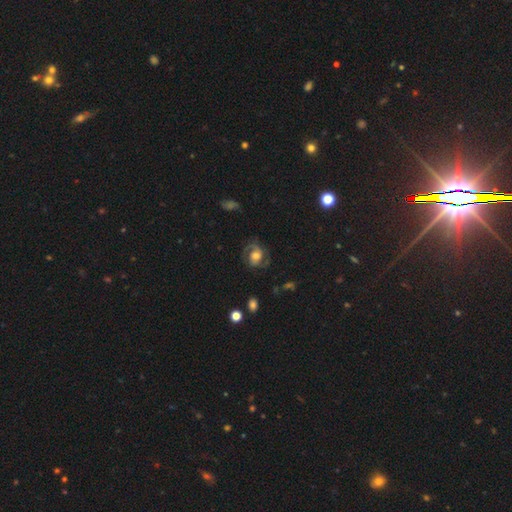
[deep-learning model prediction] smooth_or_featured: featured or disk (p=0.76) [alt: smooth p=0.17]
disk_edge_on: no (p=0.97) [alt: yes p=0.03]
bar: no (p=0.55) [alt: weak p=0.34]
has_spiral_arms: yes (p=0.93) [alt: no p=0.07]
spiral_winding: medium (p=0.52) [alt: tight p=0.30]
spiral_arm_count: 2 (p=0.86) [alt: can't tell p=0.06]
bulge_size: moderate (p=0.55) [alt: large p=0.24]
merging: none (p=0.71) [alt: minor disturbance p=0.17]